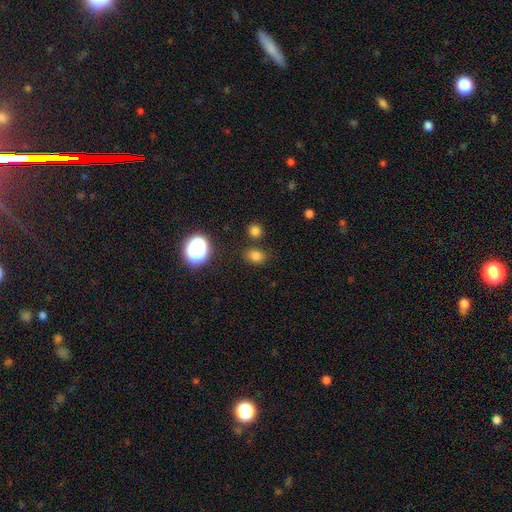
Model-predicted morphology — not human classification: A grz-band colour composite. It shows a smooth galaxy with no disk features (77%) that is in between round and cigar-shaped (51%). Merging: none (80%).